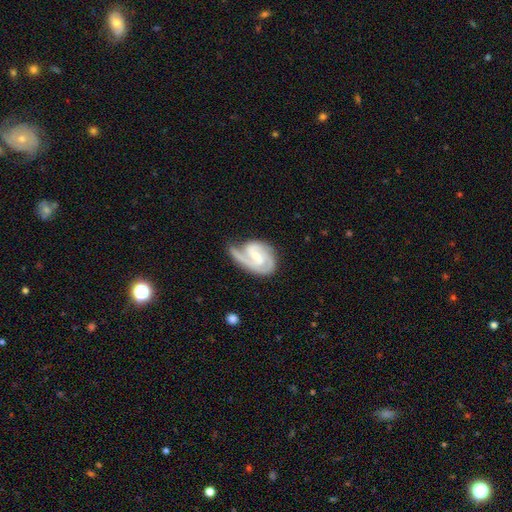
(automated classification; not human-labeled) smooth_or_featured: featured or disk (p=0.87) [alt: smooth p=0.09]
disk_edge_on: no (p=0.98) [alt: yes p=0.02]
bar: weak (p=0.50) [alt: no p=0.34]
has_spiral_arms: yes (p=0.97) [alt: no p=0.03]
spiral_winding: tight (p=0.46) [alt: medium p=0.43]
spiral_arm_count: 2 (p=0.48) [alt: 3 p=0.24]
bulge_size: small (p=0.58) [alt: moderate p=0.32]
merging: none (p=0.52) [alt: minor disturbance p=0.28]